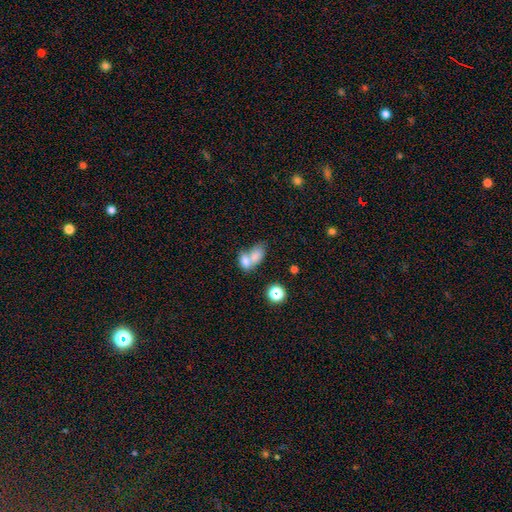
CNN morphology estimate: Smooth or featured? Predicted: smooth (p=0.74). How rounded? Predicted: in between (p=0.82). Merging? Predicted: merger (p=0.69).